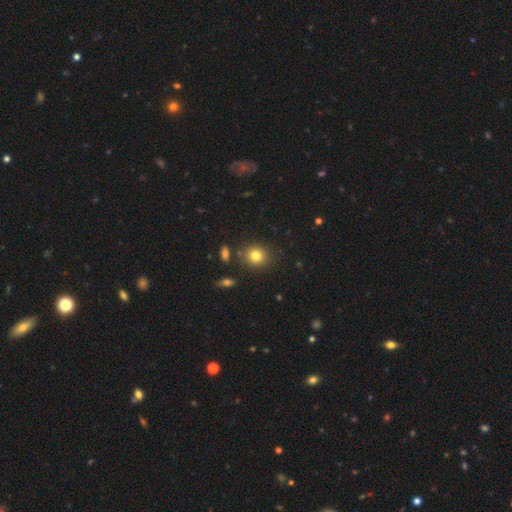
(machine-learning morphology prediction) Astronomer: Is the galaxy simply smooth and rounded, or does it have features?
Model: smooth — 80%.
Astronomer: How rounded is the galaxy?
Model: round — 80%.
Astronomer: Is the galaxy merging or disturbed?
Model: none — 83%.